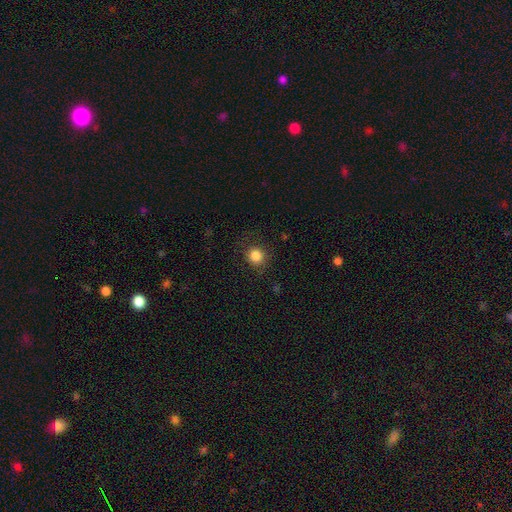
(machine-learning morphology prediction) smooth_or_featured: smooth (p=0.85) [alt: star or artifact p=0.10]
how_rounded: round (p=0.89) [alt: in between p=0.10]
merging: none (p=0.82) [alt: minor disturbance p=0.12]